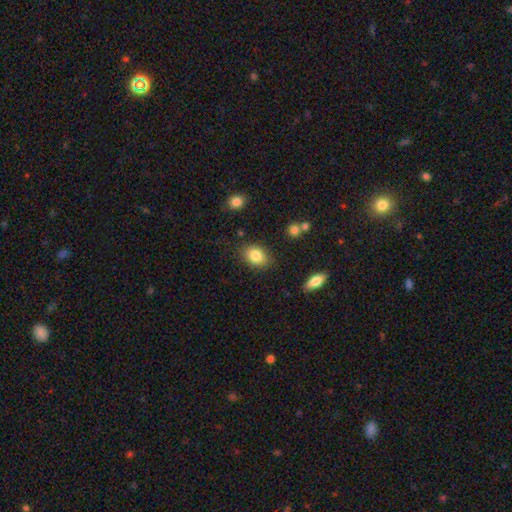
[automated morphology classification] This appears to be a smooth galaxy with no disk features (84%) that is in between round and cigar-shaped (71%). Merging: none (82%).